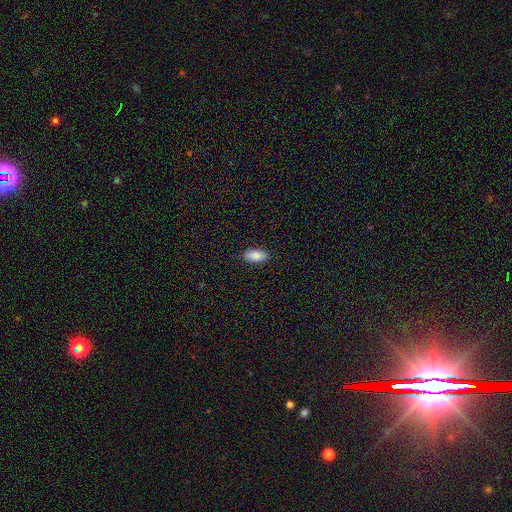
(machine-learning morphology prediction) Q: Smooth or featured?
A: smooth (87%); runner-up: star or artifact (7%)
Q: How rounded?
A: in between (92%); runner-up: cigar-shaped (5%)
Q: Merging?
A: none (89%); runner-up: minor disturbance (8%)